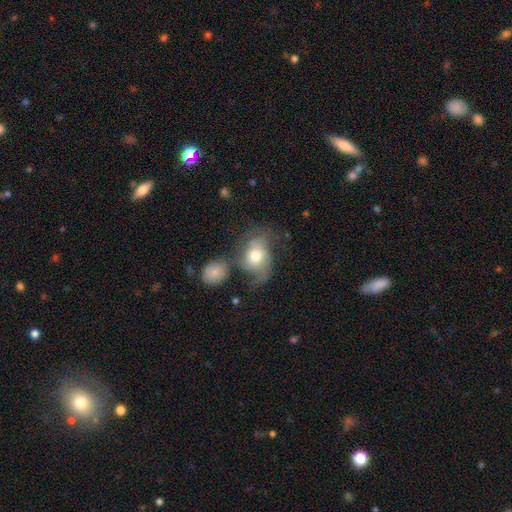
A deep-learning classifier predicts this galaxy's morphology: Q: Smooth or featured?
A: smooth (56%); runner-up: featured or disk (36%)
Q: How rounded?
A: in between (57%); runner-up: round (42%)
Q: Merging?
A: major disturbance (30%); runner-up: none (28%)